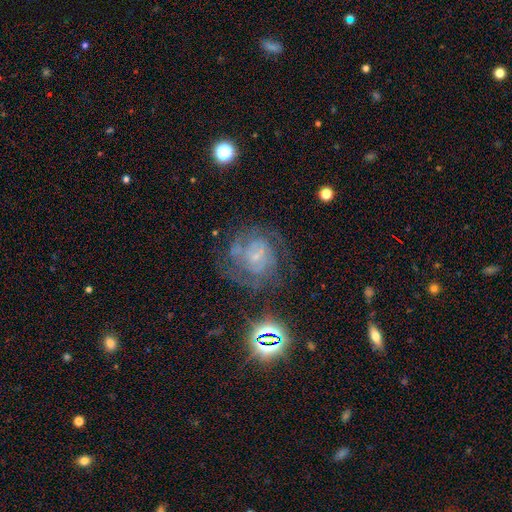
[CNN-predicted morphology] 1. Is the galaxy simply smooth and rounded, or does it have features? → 69% featured or disk, 16% smooth, 14% star or artifact.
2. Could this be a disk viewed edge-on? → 98% no, 2% yes.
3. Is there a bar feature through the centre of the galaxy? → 60% no, 32% weak, 8% strong.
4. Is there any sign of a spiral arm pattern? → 78% yes, 22% no.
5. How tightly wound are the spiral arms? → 56% tight, 32% medium, 11% loose.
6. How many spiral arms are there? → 49% can't tell, 20% 2, 14% 3, 7% 4, 5% 1, 5% more than 4.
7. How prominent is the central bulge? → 64% small, 18% none, 14% moderate, 2% large, 1% dominant.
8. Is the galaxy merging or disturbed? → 58% none, 19% major disturbance, 19% minor disturbance, 4% merger.